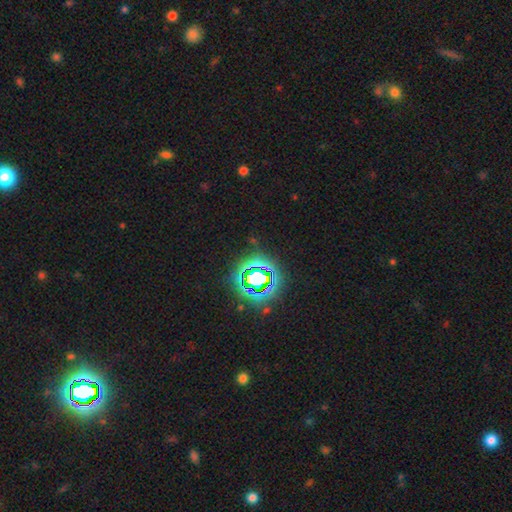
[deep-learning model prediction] A star or artifact, not a galaxy (75%).

Vote fractions:
- Smooth or featured? star or artifact: 75% / smooth: 15% / featured or disk: 9%